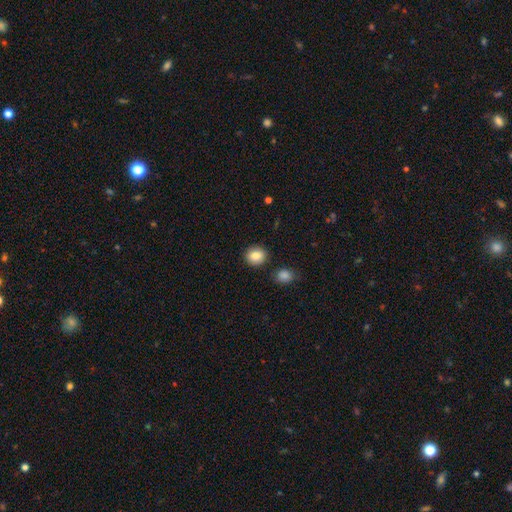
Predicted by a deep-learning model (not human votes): Smooth or featured?
  - smooth: 85% *
  - star or artifact: 9%
  - featured or disk: 6%
How rounded?
  - round: 78% *
  - in between: 21%
  - cigar-shaped: 1%
Merging?
  - none: 87% *
  - minor disturbance: 7%
  - merger: 4%
  - major disturbance: 2%